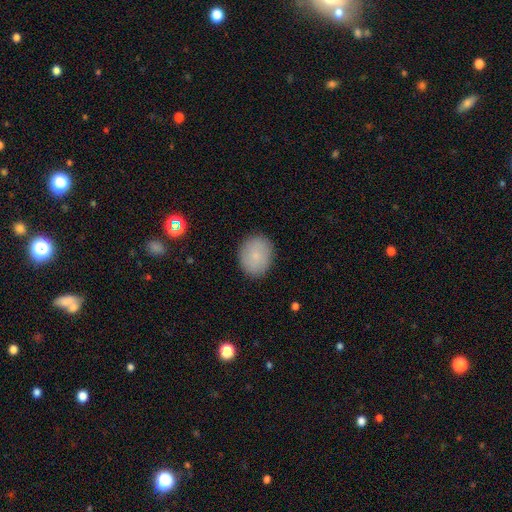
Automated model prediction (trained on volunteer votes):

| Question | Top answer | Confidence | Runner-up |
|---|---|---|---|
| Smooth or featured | smooth | 82% | featured or disk (10%) |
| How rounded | round | 54% | in between (45%) |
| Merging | none | 87% | minor disturbance (10%) |